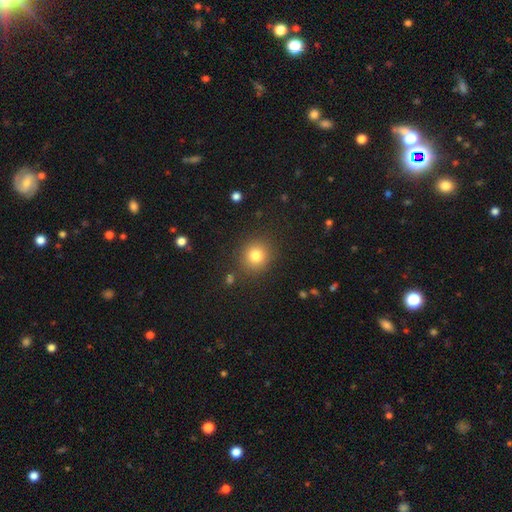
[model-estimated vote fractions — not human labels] The model was most divided on "smooth or featured": smooth: 79%, star or artifact: 13%, featured or disk: 8%. More confident: merging — none (87%); how rounded — round (87%).